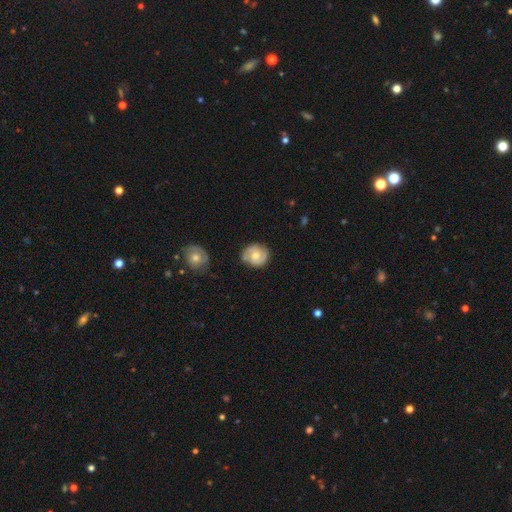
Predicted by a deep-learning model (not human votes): Smooth or featured?
  - featured or disk: 47% *
  - smooth: 46%
  - star or artifact: 7%
Merging?
  - none: 76% *
  - minor disturbance: 17%
  - major disturbance: 4%
  - merger: 3%